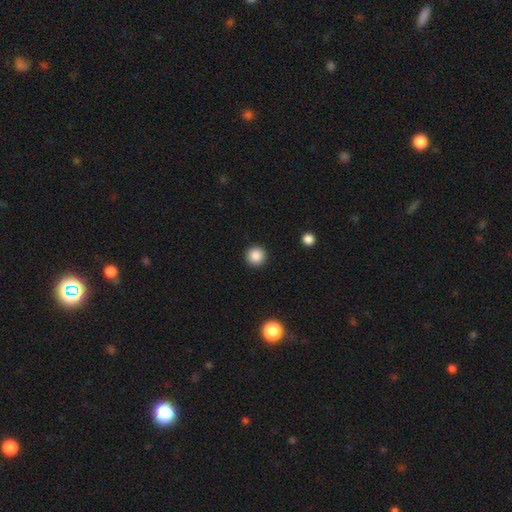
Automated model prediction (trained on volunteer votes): This is clearly a smooth galaxy (87%). How rounded: clearly round (96%). Merging: clearly none (93%).